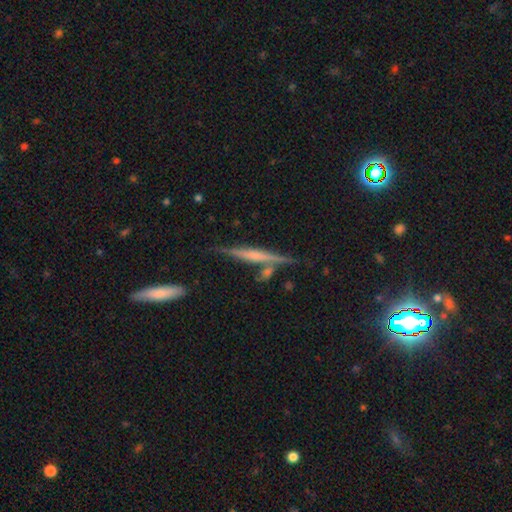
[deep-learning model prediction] Morphology: type=featured or disk (66%); edge-on=yes (97%); edge-on bulge=rounded (40%, tied with none); merging=none (74%).